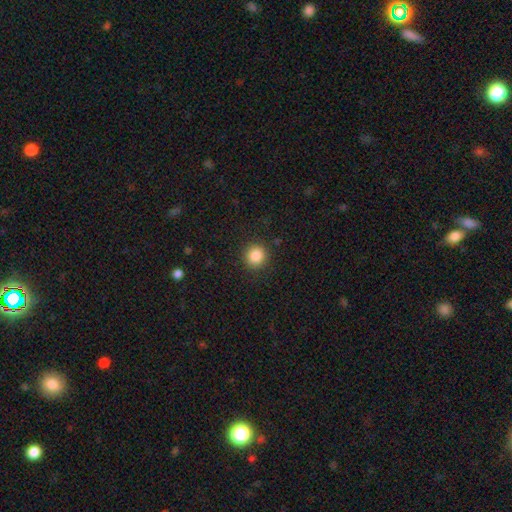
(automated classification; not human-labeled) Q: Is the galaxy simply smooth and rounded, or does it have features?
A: smooth — 86%.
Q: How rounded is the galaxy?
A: round — 92%.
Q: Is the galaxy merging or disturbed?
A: none — 90%.